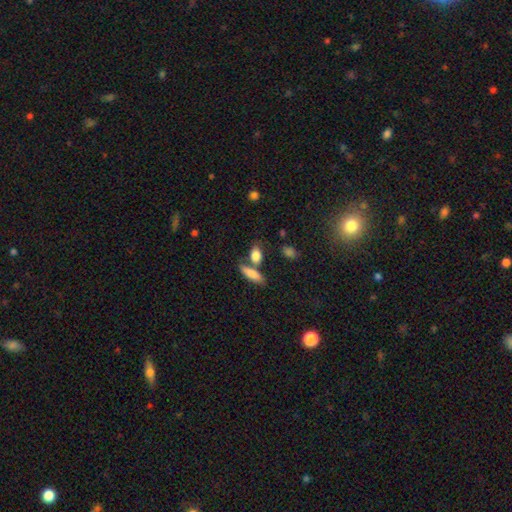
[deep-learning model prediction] Smooth or featured? smooth (82%)
How rounded? in between (72%)
Merging? none (54%)